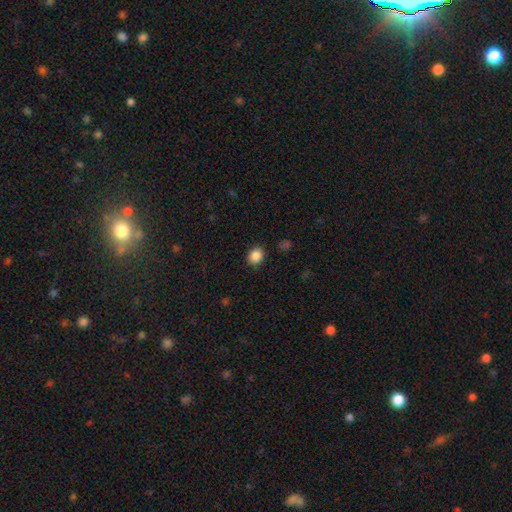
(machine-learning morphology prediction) Smooth or featured? Predicted: smooth (p=0.87). How rounded? Predicted: round (p=0.64). Merging? Predicted: none (p=0.88).